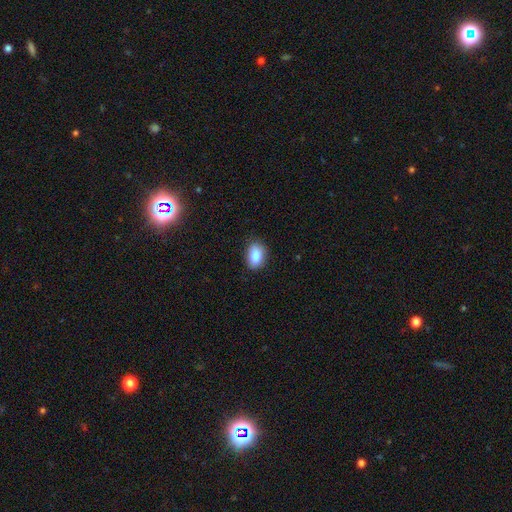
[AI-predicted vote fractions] Overall: smooth (84%). How rounded: in between (85%). Merging: none (84%).